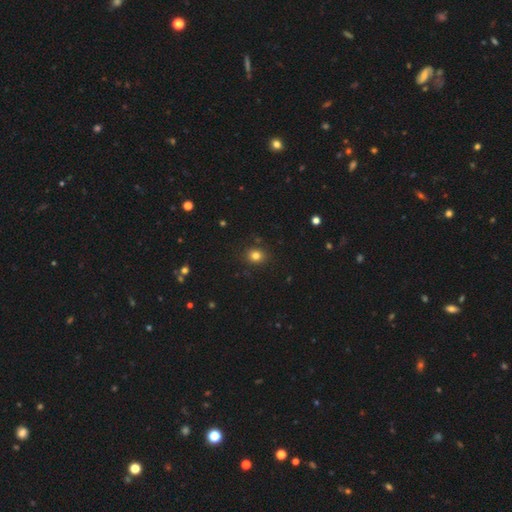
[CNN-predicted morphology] smooth_or_featured: smooth (p=0.80) [alt: star or artifact p=0.14]
how_rounded: round (p=0.73) [alt: in between p=0.26]
merging: none (p=0.88) [alt: minor disturbance p=0.08]